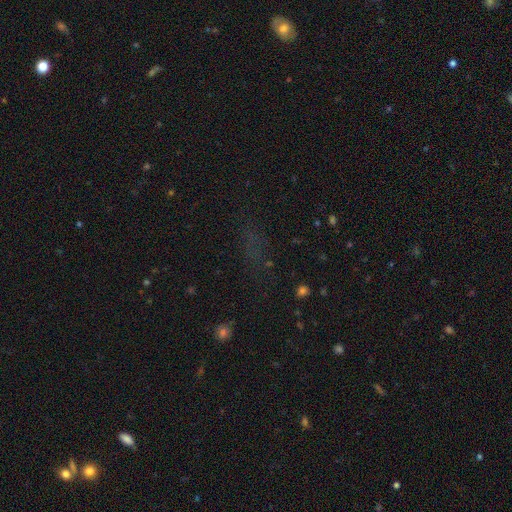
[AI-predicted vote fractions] A star or artifact, not a galaxy (60%).

Vote fractions:
- Smooth or featured? star or artifact: 60% / smooth: 25% / featured or disk: 14%